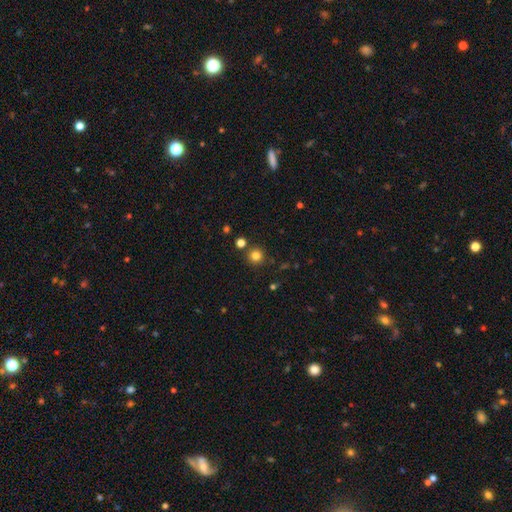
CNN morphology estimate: Q: Smooth or featured?
A: smooth (81%); runner-up: star or artifact (14%)
Q: How rounded?
A: round (95%); runner-up: in between (4%)
Q: Merging?
A: none (86%); runner-up: minor disturbance (6%)